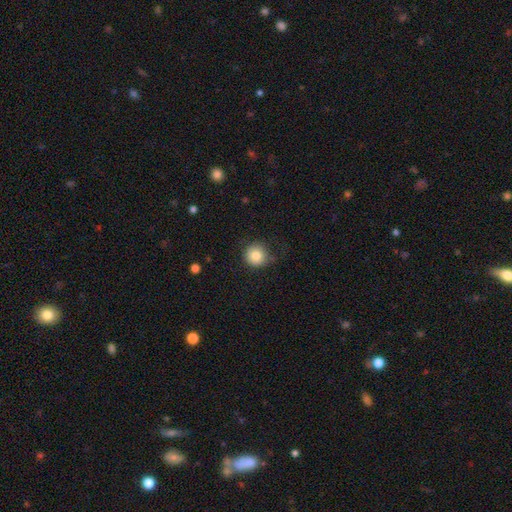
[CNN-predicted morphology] Overall: smooth (81%). How rounded: round (94%). Merging: none (73%).